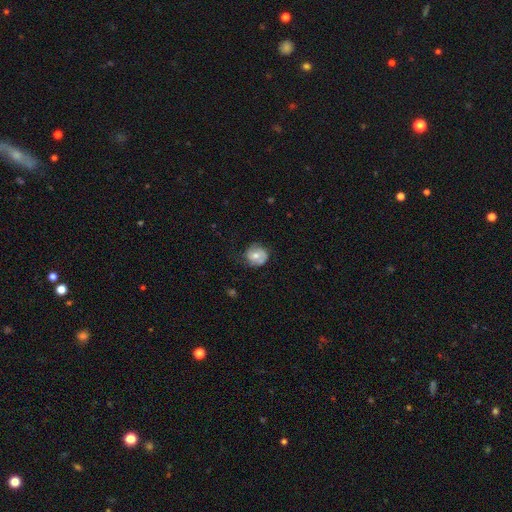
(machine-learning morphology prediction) The model was most divided on "smooth or featured": smooth: 47%, featured or disk: 46%, star or artifact: 7%. More confident: merging — none (65%).